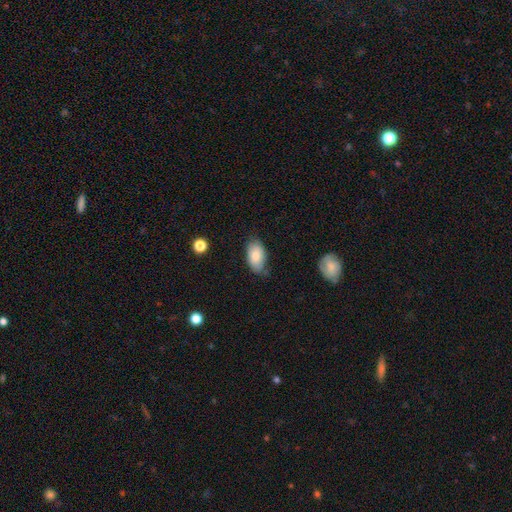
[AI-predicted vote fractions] smooth-or-featured: smooth: 79% | featured or disk: 14% | star or artifact: 7%
  how-rounded: in between: 93% | round: 5% | cigar-shaped: 2%
  merging: none: 64% | minor disturbance: 29% | major disturbance: 5% | merger: 2%